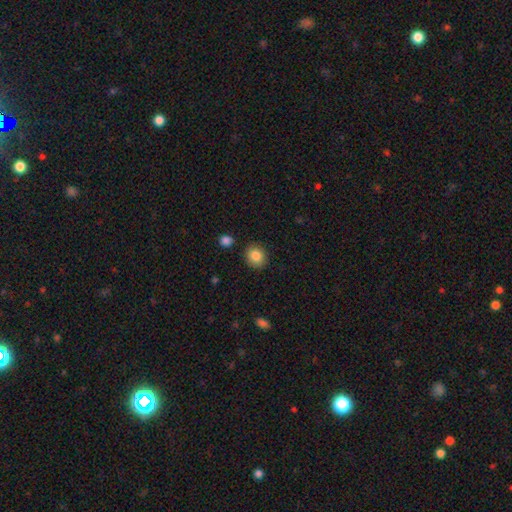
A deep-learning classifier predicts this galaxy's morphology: Smooth or featured?
  - smooth: 85% *
  - star or artifact: 9%
  - featured or disk: 6%
How rounded?
  - round: 73% *
  - in between: 26%
  - cigar-shaped: 1%
Merging?
  - none: 87% *
  - minor disturbance: 8%
  - major disturbance: 2%
  - merger: 2%